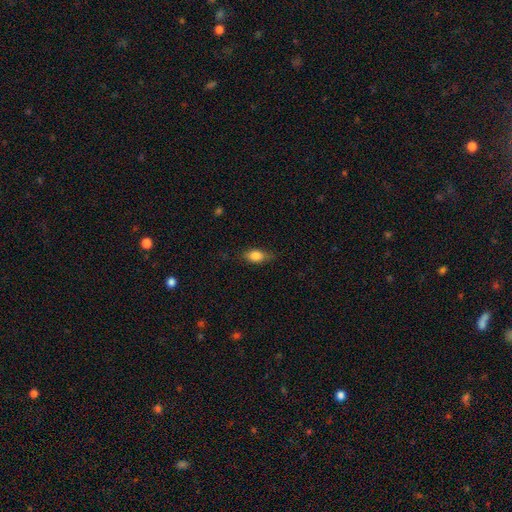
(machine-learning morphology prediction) Smooth or featured? Predicted: smooth (p=0.82). How rounded? Predicted: in between (p=0.83). Merging? Predicted: none (p=0.74).